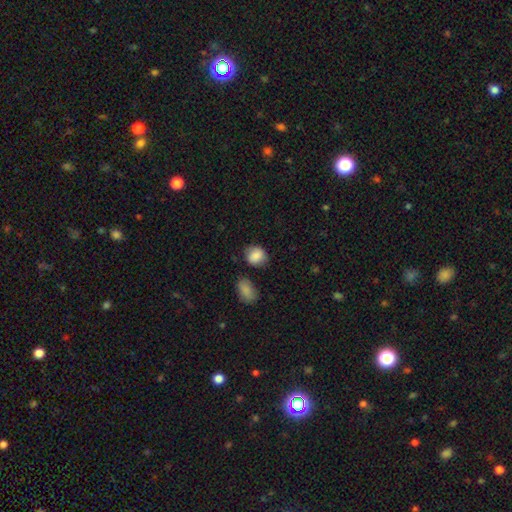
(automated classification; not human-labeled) Smooth or featured?
  - smooth: 87% *
  - star or artifact: 8%
  - featured or disk: 5%
How rounded?
  - round: 61% *
  - in between: 38%
  - cigar-shaped: 1%
Merging?
  - none: 70% *
  - minor disturbance: 19%
  - merger: 5%
  - major disturbance: 5%